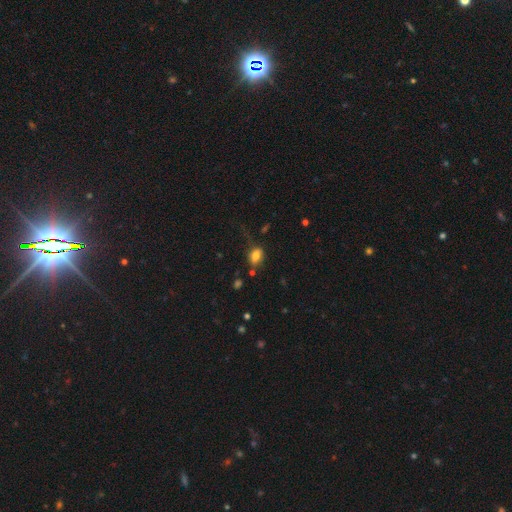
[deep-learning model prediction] This is likely a smooth galaxy (78%). How rounded: likely in between (79%). Merging: possibly none (59%).